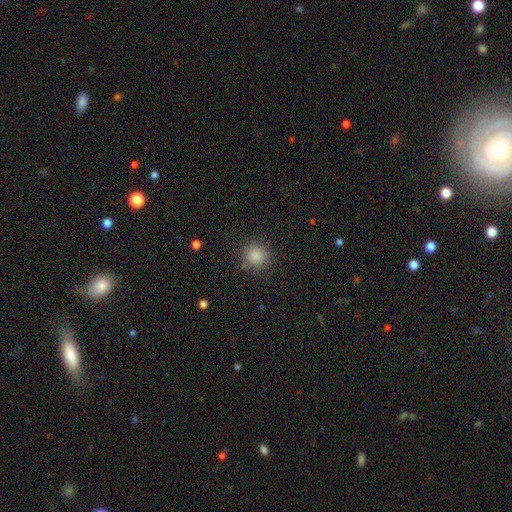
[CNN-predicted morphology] smooth_or_featured: smooth (p=0.85) [alt: star or artifact p=0.11]
how_rounded: round (p=0.91) [alt: in between p=0.08]
merging: none (p=0.87) [alt: minor disturbance p=0.09]